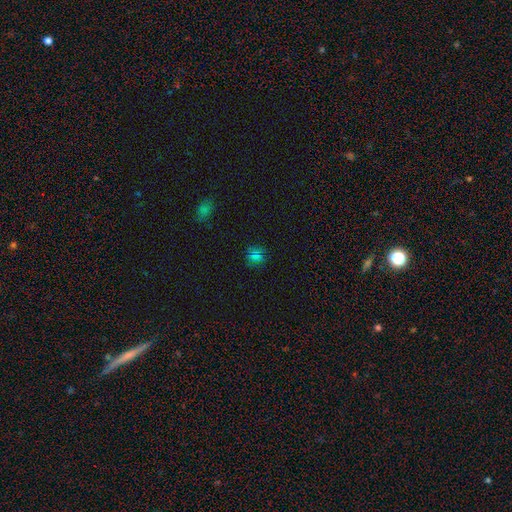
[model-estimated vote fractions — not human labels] Smooth or featured?
  - smooth: 71% *
  - star or artifact: 20%
  - featured or disk: 9%
How rounded?
  - round: 80% *
  - in between: 19%
  - cigar-shaped: 1%
Merging?
  - none: 79% *
  - minor disturbance: 15%
  - major disturbance: 4%
  - merger: 2%